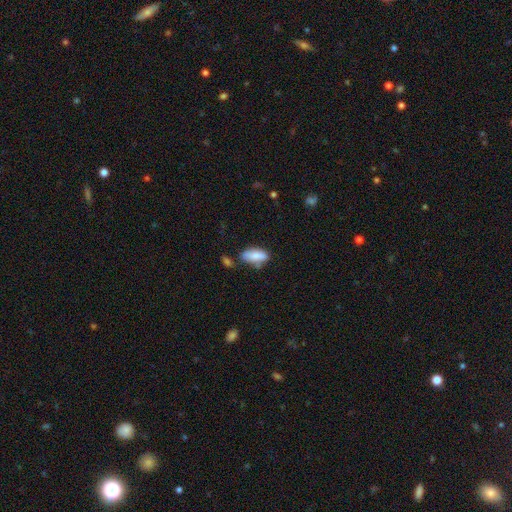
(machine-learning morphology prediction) smooth_or_featured: smooth (p=0.82) [alt: featured or disk p=0.12]
how_rounded: in between (p=0.83) [alt: cigar-shaped p=0.14]
merging: none (p=0.60) [alt: minor disturbance p=0.23]